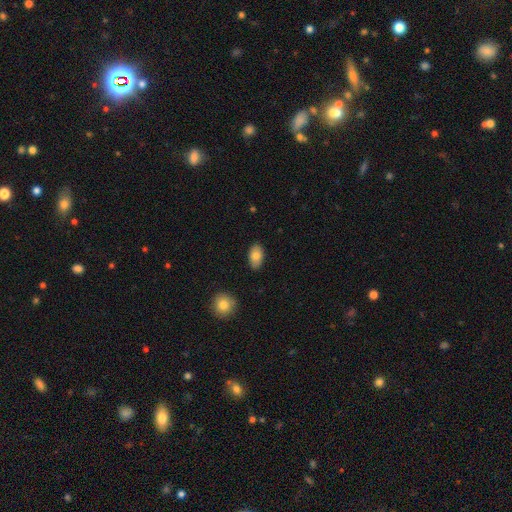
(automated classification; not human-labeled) Smooth or featured: smooth — 80% (featured or disk — 12%)
How rounded: in between — 91% (round — 7%)
Merging: none — 86% (minor disturbance — 11%)